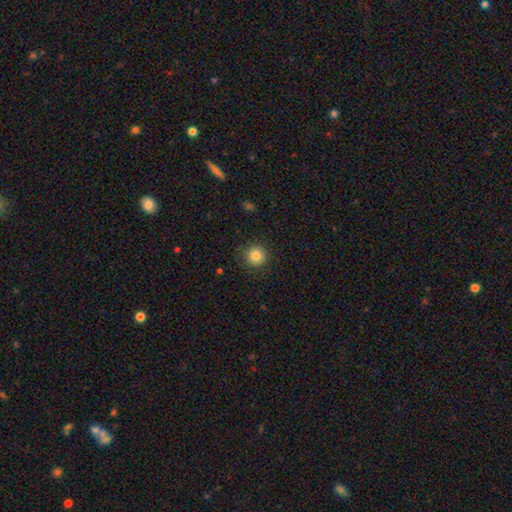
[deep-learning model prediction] Smooth or featured?
  - smooth: 84% *
  - star or artifact: 10%
  - featured or disk: 6%
How rounded?
  - round: 94% *
  - in between: 5%
  - cigar-shaped: 1%
Merging?
  - none: 89% *
  - minor disturbance: 8%
  - major disturbance: 2%
  - merger: 1%